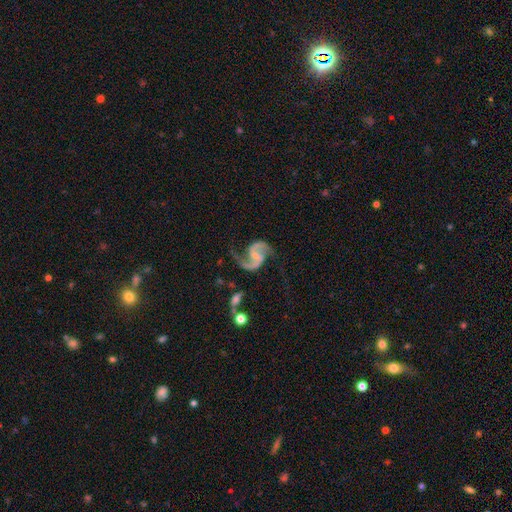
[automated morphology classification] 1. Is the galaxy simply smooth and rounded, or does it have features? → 92% featured or disk, 5% star or artifact, 4% smooth.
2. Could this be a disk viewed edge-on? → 98% no, 2% yes.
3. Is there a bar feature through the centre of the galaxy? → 42% weak, 36% no, 22% strong.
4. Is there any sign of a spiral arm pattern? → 98% yes, 2% no.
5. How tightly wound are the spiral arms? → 53% loose, 40% medium, 7% tight.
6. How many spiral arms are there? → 93% 2, 3% 1, 1% can't tell, 1% 3, 1% 4, 1% more than 4.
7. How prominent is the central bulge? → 58% none, 27% small, 11% moderate, 2% large, 1% dominant.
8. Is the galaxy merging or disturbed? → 67% none, 16% minor disturbance, 13% major disturbance, 3% merger.